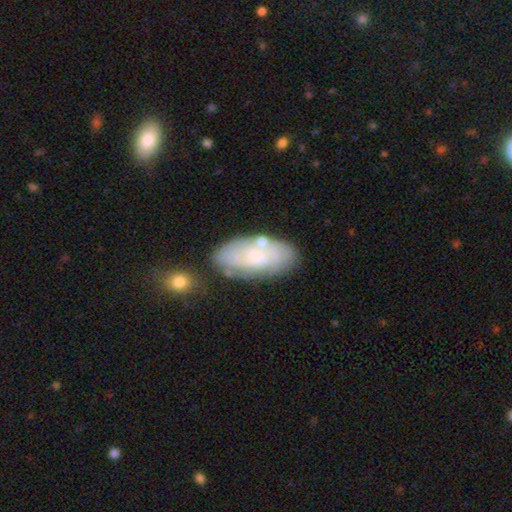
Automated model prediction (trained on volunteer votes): Smooth or featured?
  - featured or disk: 48% *
  - smooth: 45%
  - star or artifact: 7%
Merging?
  - none: 67% *
  - minor disturbance: 19%
  - merger: 8%
  - major disturbance: 6%